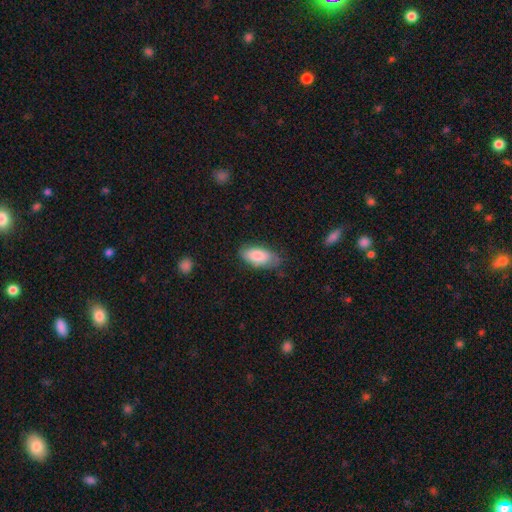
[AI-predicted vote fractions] Overall: smooth (84%). How rounded: in between (90%). Merging: none (69%).